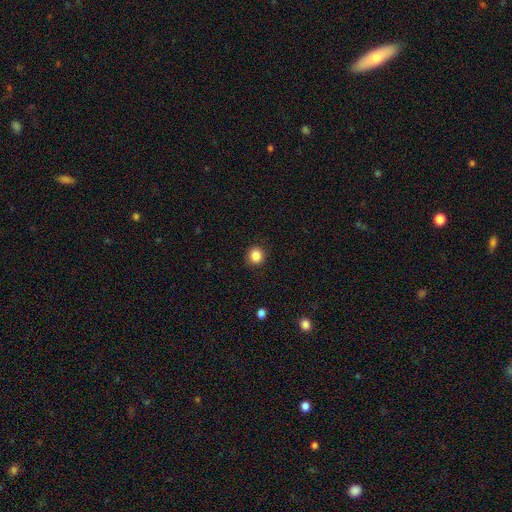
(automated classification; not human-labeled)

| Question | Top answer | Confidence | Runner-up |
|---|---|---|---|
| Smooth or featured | smooth | 86% | star or artifact (10%) |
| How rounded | round | 93% | in between (6%) |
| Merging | none | 91% | minor disturbance (6%) |